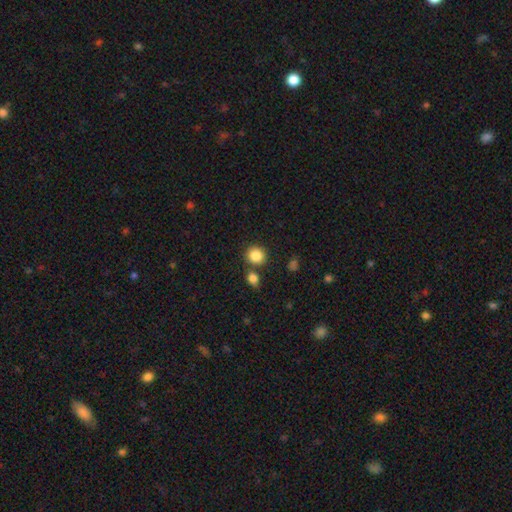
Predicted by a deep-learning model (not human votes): smooth-or-featured: smooth: 86% | star or artifact: 9% | featured or disk: 4%
  how-rounded: round: 86% | in between: 13% | cigar-shaped: 1%
  merging: none: 77% | merger: 12% | minor disturbance: 8% | major disturbance: 3%